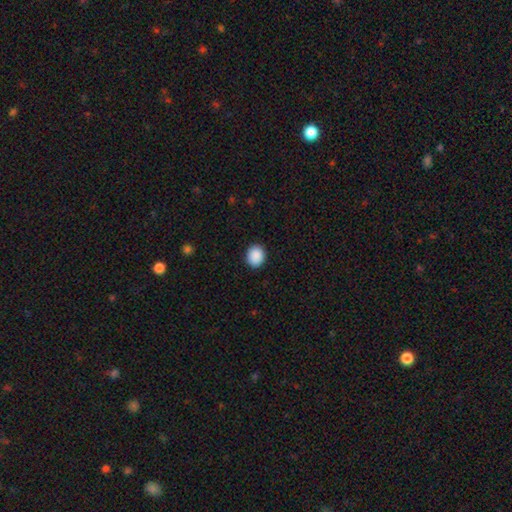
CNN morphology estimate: Smooth or featured?
  - smooth: 90% *
  - star or artifact: 8%
  - featured or disk: 2%
How rounded?
  - round: 68% *
  - in between: 31%
  - cigar-shaped: 1%
Merging?
  - none: 91% *
  - minor disturbance: 7%
  - major disturbance: 2%
  - merger: 1%